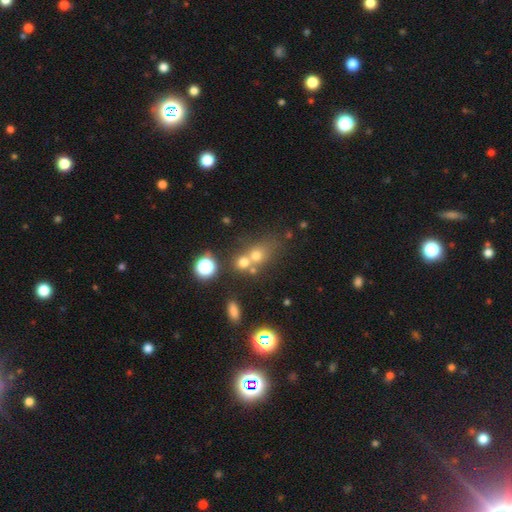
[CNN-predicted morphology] Smooth or featured?
  - smooth: 63% *
  - star or artifact: 21%
  - featured or disk: 16%
How rounded?
  - round: 70% *
  - in between: 28%
  - cigar-shaped: 2%
Merging?
  - merger: 45% *
  - none: 40%
  - minor disturbance: 9%
  - major disturbance: 6%